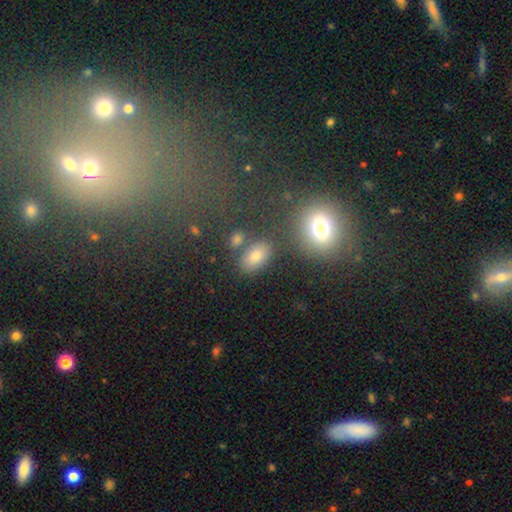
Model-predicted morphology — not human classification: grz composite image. It shows a smooth galaxy with no disk features (76%) that is in between round and cigar-shaped (85%). Merging: none (75%).